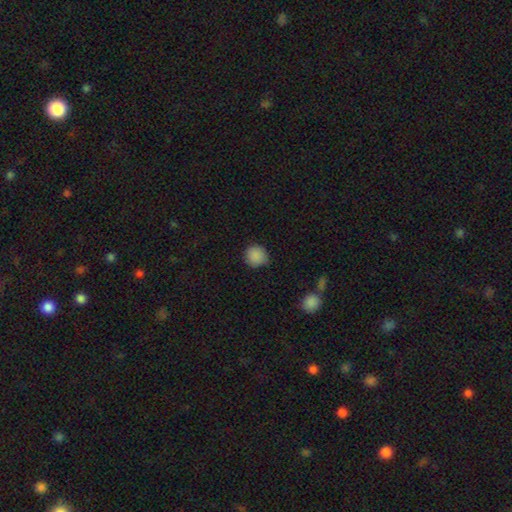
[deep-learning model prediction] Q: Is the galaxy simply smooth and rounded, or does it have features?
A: smooth — 87%.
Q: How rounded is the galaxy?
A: round — 90%.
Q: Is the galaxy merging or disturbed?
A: none — 82%.